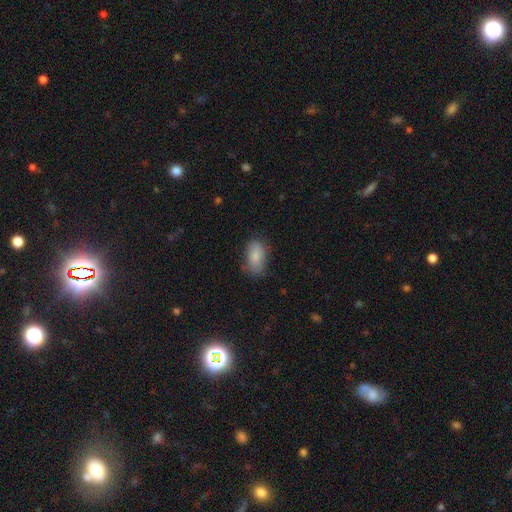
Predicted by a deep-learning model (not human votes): A smooth galaxy with no disk features (84%) that is in between round and cigar-shaped (91%). Merging: none (71%).